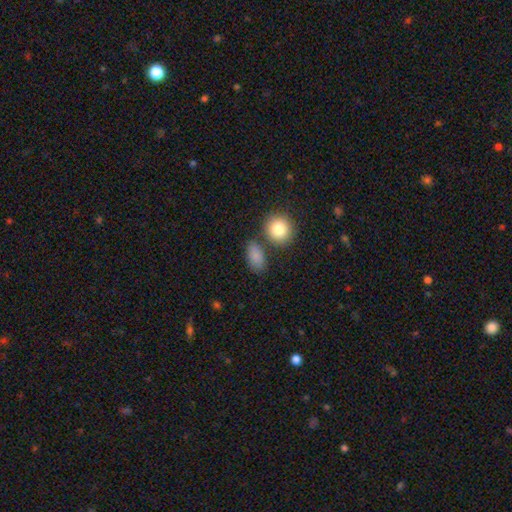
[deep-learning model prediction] A smooth galaxy with no disk features (85%) that is in between round and cigar-shaped (82%).

Vote fractions:
- Smooth or featured? smooth: 85% / star or artifact: 9% / featured or disk: 6%
- How rounded? in between: 82% / round: 14% / cigar-shaped: 3%
- Merging? none: 69% / minor disturbance: 15% / merger: 11% / major disturbance: 5%